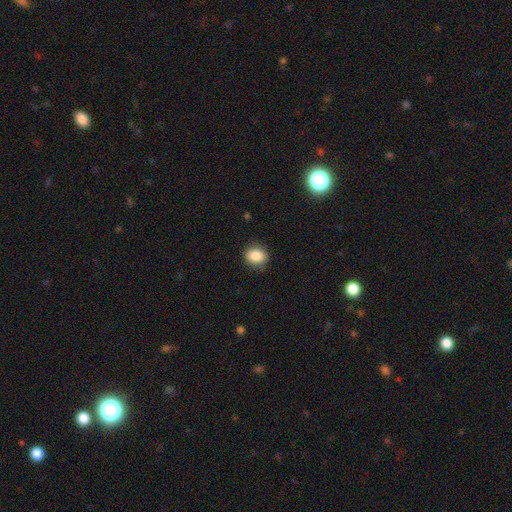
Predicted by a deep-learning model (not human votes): This appears to be a smooth galaxy with no disk features (85%) that is round (52%). Merging: none (86%).